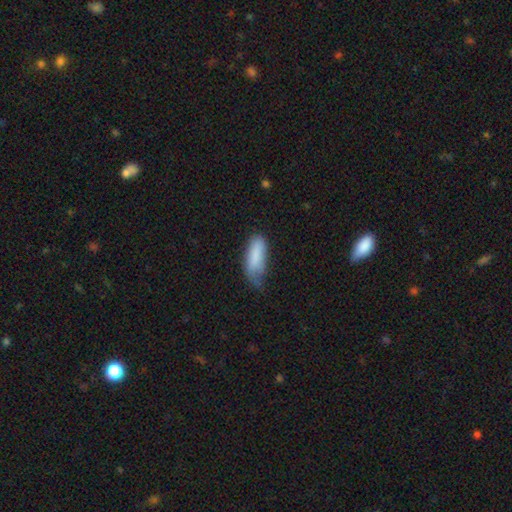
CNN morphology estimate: This appears to be a smooth galaxy with no disk features (84%) that is in between round and cigar-shaped (70%). Merging: minor disturbance (44%).